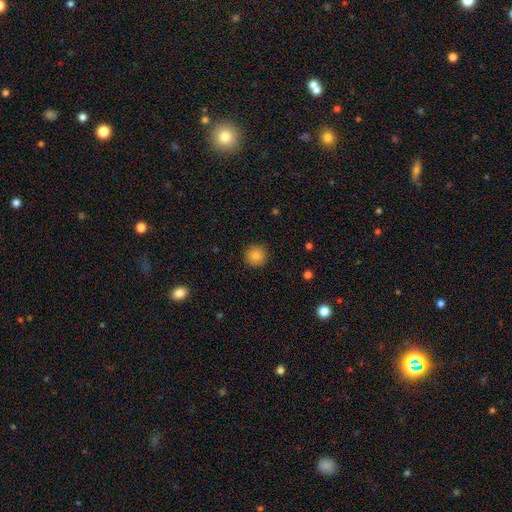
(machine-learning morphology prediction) Overall: smooth (82%). How rounded: round (96%). Merging: none (92%).